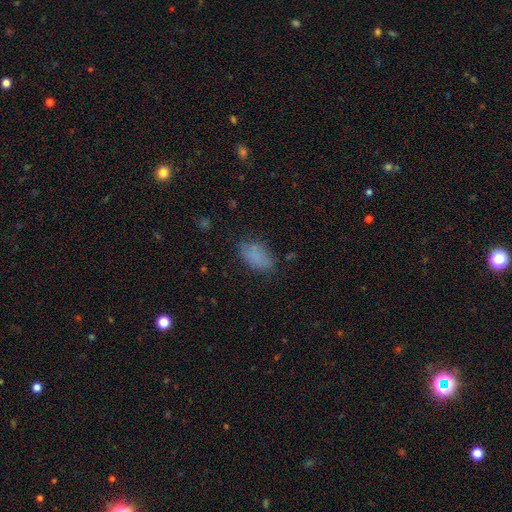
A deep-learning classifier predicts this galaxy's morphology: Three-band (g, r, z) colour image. It shows a smooth galaxy with no disk features (81%) that is in between round and cigar-shaped (92%). Merging: none (75%).